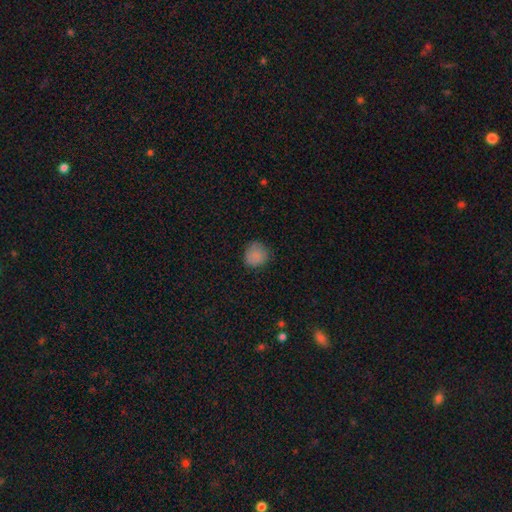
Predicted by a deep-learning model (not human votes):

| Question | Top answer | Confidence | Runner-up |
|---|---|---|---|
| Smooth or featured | smooth | 84% | star or artifact (11%) |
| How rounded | round | 86% | in between (13%) |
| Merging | none | 79% | minor disturbance (16%) |